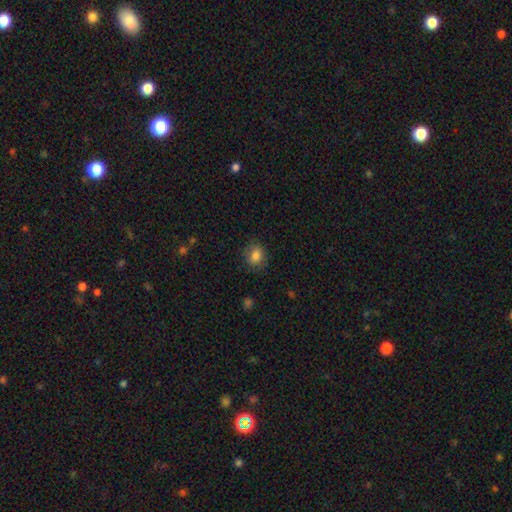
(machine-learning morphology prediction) Smooth or featured? smooth (83%)
How rounded? in between (51%)
Merging? none (81%)